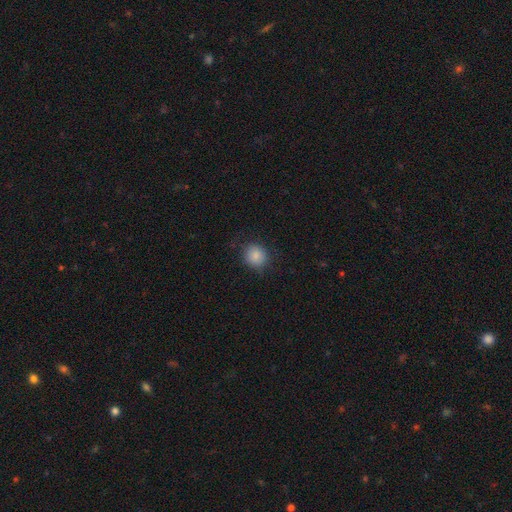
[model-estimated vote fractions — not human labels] Q: Smooth or featured?
A: smooth (87%); runner-up: star or artifact (9%)
Q: How rounded?
A: round (85%); runner-up: in between (14%)
Q: Merging?
A: none (83%); runner-up: minor disturbance (13%)